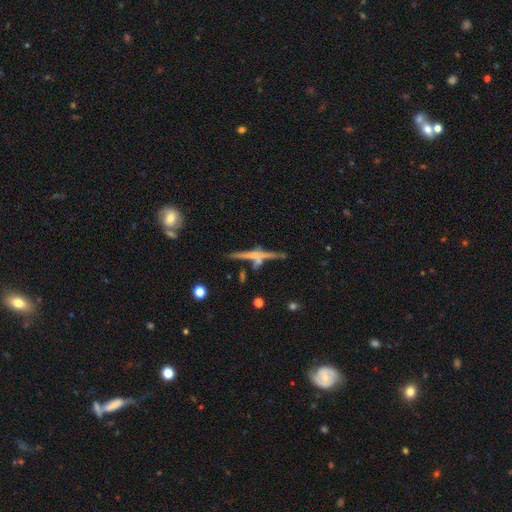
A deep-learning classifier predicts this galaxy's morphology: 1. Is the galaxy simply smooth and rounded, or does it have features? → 68% featured or disk, 24% smooth, 9% star or artifact.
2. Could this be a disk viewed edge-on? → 96% yes, 4% no.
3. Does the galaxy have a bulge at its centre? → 45% rounded, 41% none, 14% boxy.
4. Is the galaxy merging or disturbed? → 68% none, 16% merger, 12% minor disturbance, 4% major disturbance.